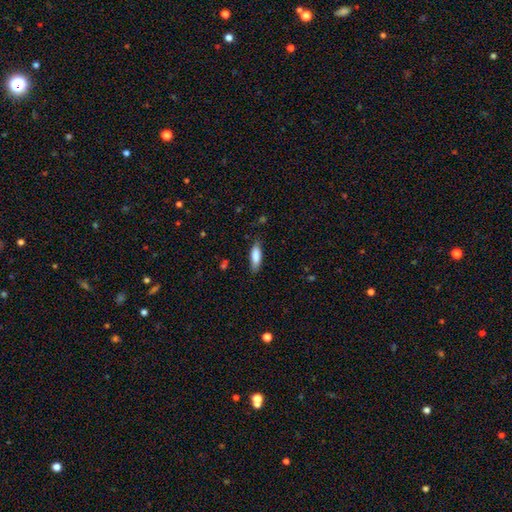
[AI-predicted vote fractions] Overall: smooth (83%). How rounded: in between (53%; cigar-shaped 45%). Merging: none (78%).